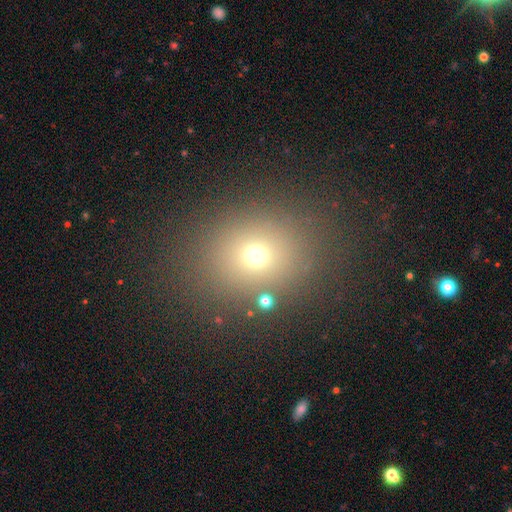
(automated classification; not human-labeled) A smooth galaxy with no disk features (65%) that is round (60%). Merging: none (83%).